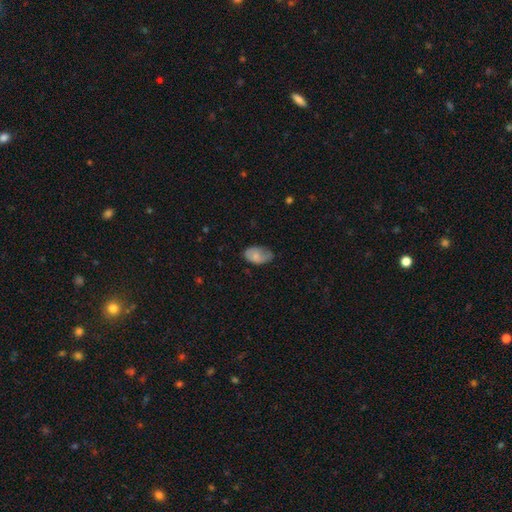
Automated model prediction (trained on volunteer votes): A smooth galaxy with no disk features (73%) that is in between round and cigar-shaped (92%).

Vote fractions:
- Smooth or featured? smooth: 73% / featured or disk: 20% / star or artifact: 7%
- How rounded? in between: 92% / round: 7% / cigar-shaped: 1%
- Merging? none: 48% / minor disturbance: 39% / major disturbance: 11% / merger: 2%